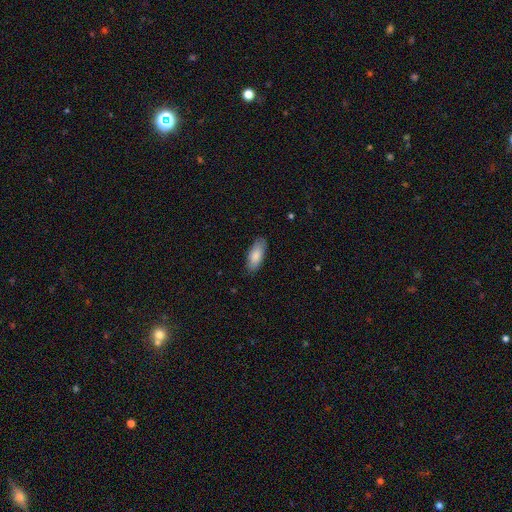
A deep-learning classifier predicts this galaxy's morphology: Smooth or featured?
  - smooth: 85% *
  - featured or disk: 10%
  - star or artifact: 6%
How rounded?
  - in between: 82% *
  - cigar-shaped: 16%
  - round: 2%
Merging?
  - none: 85% *
  - minor disturbance: 12%
  - major disturbance: 2%
  - merger: 1%